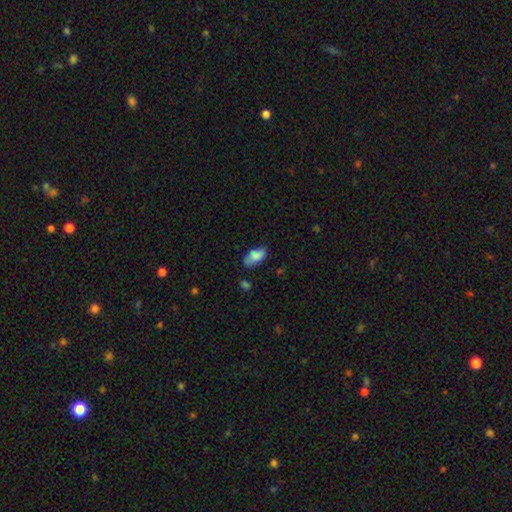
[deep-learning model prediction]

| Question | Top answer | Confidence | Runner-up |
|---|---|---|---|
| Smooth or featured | smooth | 81% | featured or disk (11%) |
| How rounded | in between | 91% | cigar-shaped (5%) |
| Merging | none | 62% | minor disturbance (28%) |